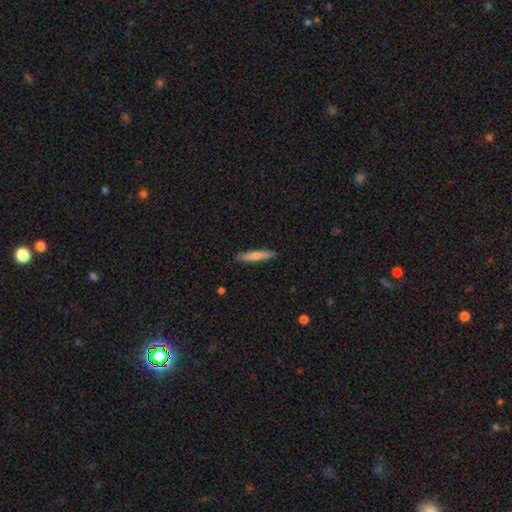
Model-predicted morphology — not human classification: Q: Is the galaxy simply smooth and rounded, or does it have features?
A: smooth — 75%.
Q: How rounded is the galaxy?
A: cigar-shaped — 92%.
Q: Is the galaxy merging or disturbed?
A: none — 89%.